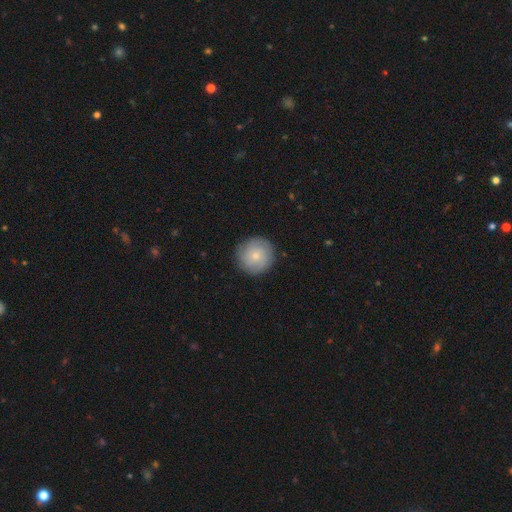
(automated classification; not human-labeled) A smooth galaxy with no disk features (66%) that is round (95%).

Vote fractions:
- Smooth or featured? smooth: 66% / featured or disk: 27% / star or artifact: 7%
- How rounded? round: 95% / in between: 4% / cigar-shaped: 1%
- Merging? none: 87% / minor disturbance: 9% / major disturbance: 3% / merger: 1%